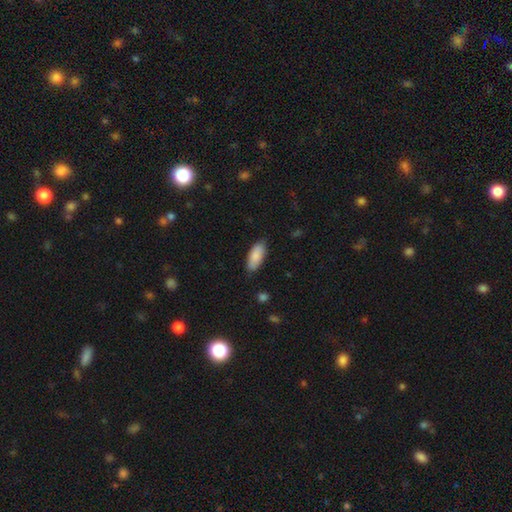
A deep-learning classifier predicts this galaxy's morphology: Smooth or featured?
  - smooth: 87% *
  - featured or disk: 8%
  - star or artifact: 6%
How rounded?
  - in between: 86% *
  - cigar-shaped: 12%
  - round: 2%
Merging?
  - none: 82% *
  - minor disturbance: 14%
  - major disturbance: 2%
  - merger: 1%